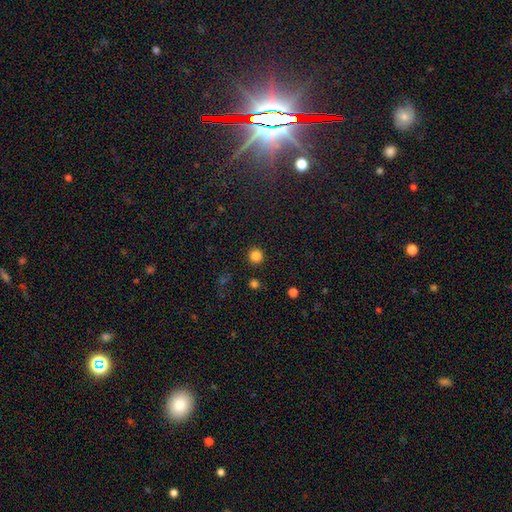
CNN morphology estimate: This is clearly a smooth galaxy (84%). How rounded: clearly round (94%). Merging: clearly none (91%).